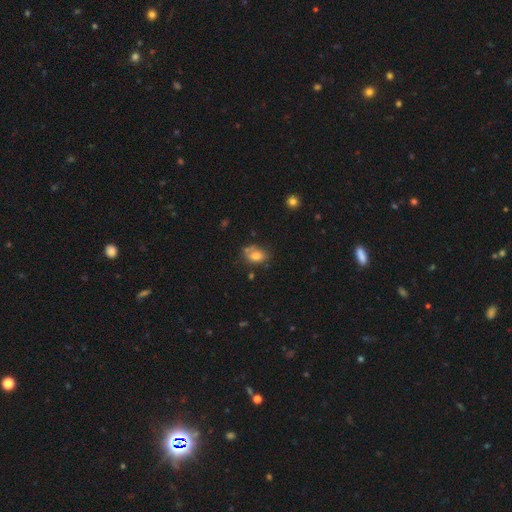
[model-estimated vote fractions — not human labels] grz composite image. It shows a smooth galaxy with no disk features (72%) that is in between round and cigar-shaped (76%). Merging: none (51%).